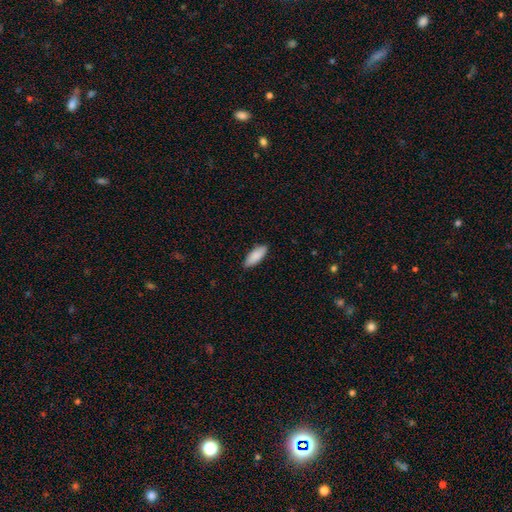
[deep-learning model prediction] The model was most divided on "how rounded": in between: 72%, cigar-shaped: 26%, round: 2%. More confident: smooth or featured — smooth (89%); merging — none (88%).